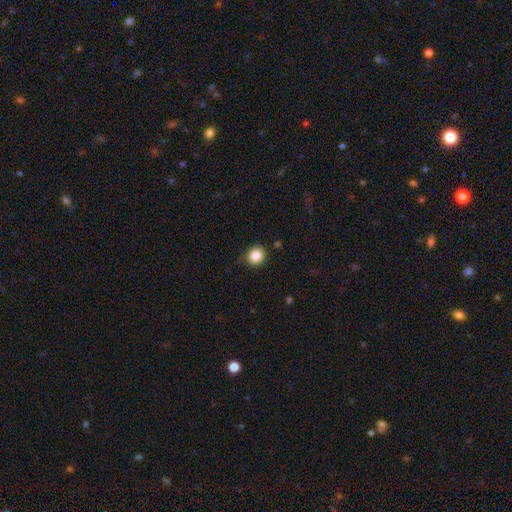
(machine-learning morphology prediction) Smooth or featured?
  - smooth: 85% *
  - star or artifact: 10%
  - featured or disk: 5%
How rounded?
  - round: 86% *
  - in between: 13%
  - cigar-shaped: 1%
Merging?
  - none: 81% *
  - minor disturbance: 15%
  - major disturbance: 3%
  - merger: 2%